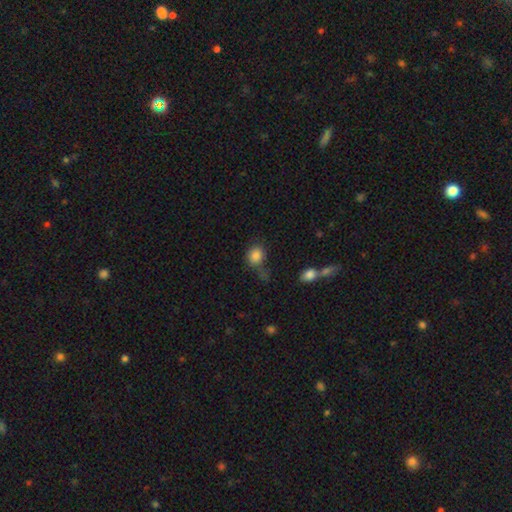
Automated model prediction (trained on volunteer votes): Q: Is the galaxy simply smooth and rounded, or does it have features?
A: smooth — 84%.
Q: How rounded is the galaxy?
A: round — 68%.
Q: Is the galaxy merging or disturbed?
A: none — 51%.